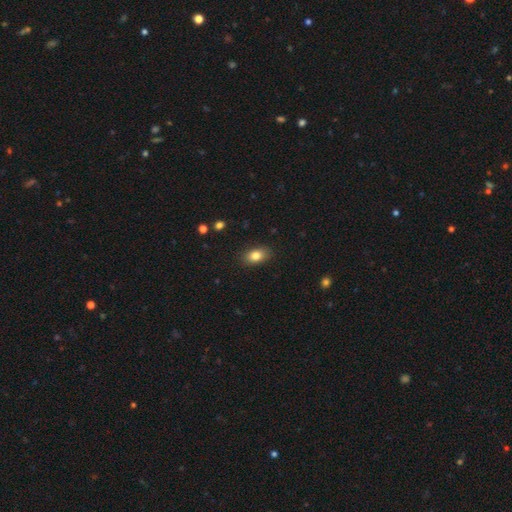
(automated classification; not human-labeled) Smooth or featured? Predicted: smooth (p=0.82). How rounded? Predicted: in between (p=0.86). Merging? Predicted: none (p=0.87).